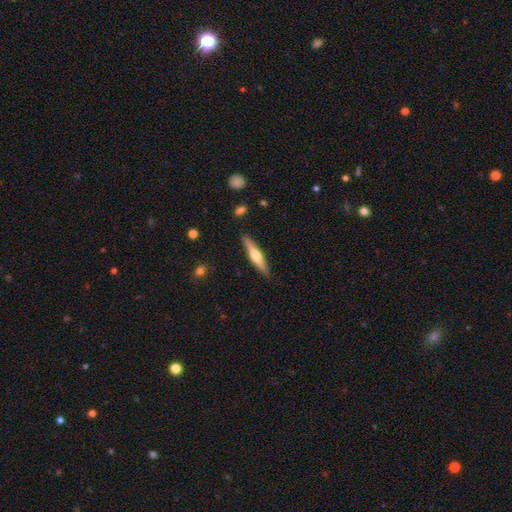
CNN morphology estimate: featured or disk 52%, smooth 42%, star or artifact 5%. Down the decision tree: edge-on disk — yes (95%); merging — none (89%).